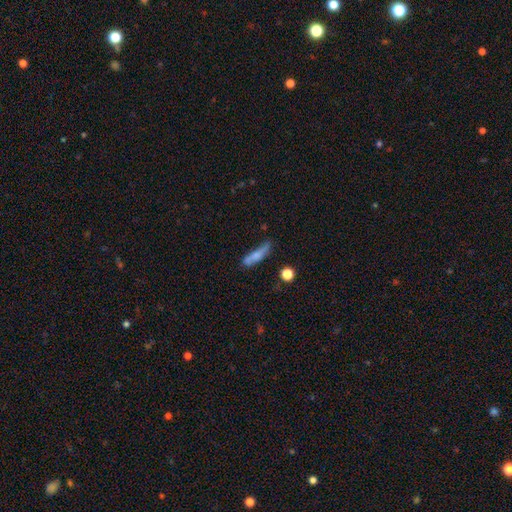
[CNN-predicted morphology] smooth-or-featured: smooth: 64% | featured or disk: 27% | star or artifact: 9%
  how-rounded: cigar-shaped: 76% | in between: 21% | round: 3%
  merging: none: 51% | minor disturbance: 28% | major disturbance: 12% | merger: 10%